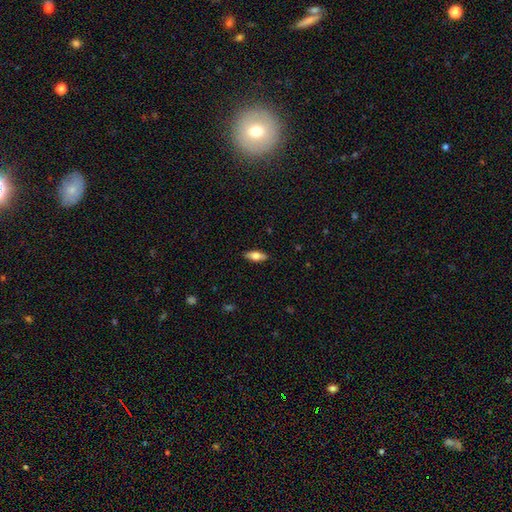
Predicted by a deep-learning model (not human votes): Morphology: type=smooth (74%); roundness=in between (74%); merging=none (89%).